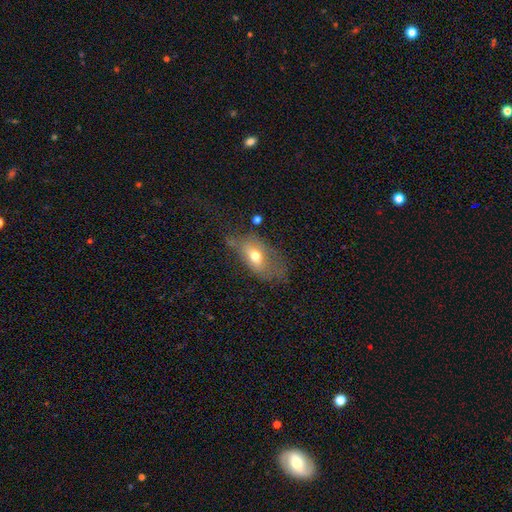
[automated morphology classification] smooth-or-featured: smooth: 61% | featured or disk: 29% | star or artifact: 10%
  how-rounded: in between: 86% | round: 8% | cigar-shaped: 6%
  merging: none: 36% | major disturbance: 30% | minor disturbance: 29% | merger: 4%